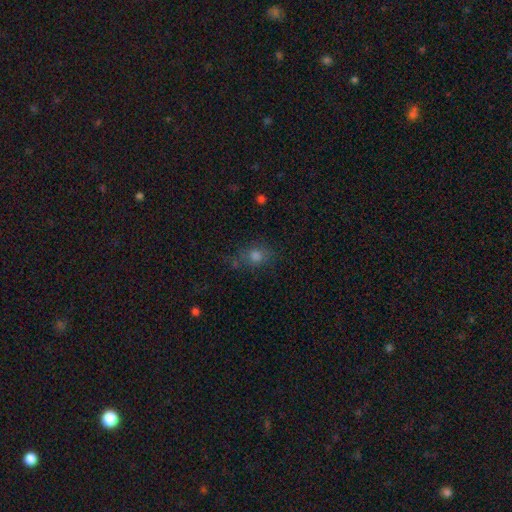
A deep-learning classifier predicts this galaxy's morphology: Smooth or featured: smooth — 71% (star or artifact — 19%)
How rounded: round — 57% (in between — 41%)
Merging: none — 68% (minor disturbance — 19%)